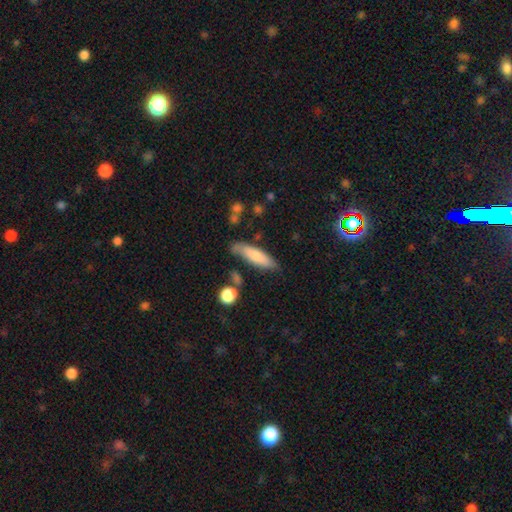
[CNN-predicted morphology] Overall: smooth (74%). How rounded: cigar-shaped (65%; in between 33%). Merging: none (72%).